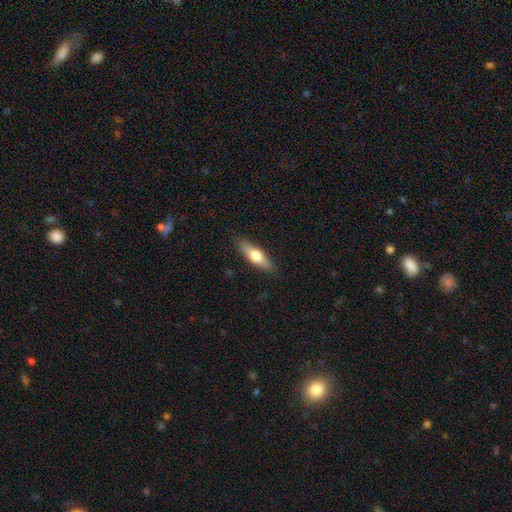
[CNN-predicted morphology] Smooth or featured?
  - smooth: 58% *
  - featured or disk: 36%
  - star or artifact: 6%
How rounded?
  - cigar-shaped: 54% *
  - in between: 43%
  - round: 3%
Merging?
  - none: 87% *
  - minor disturbance: 9%
  - major disturbance: 2%
  - merger: 1%